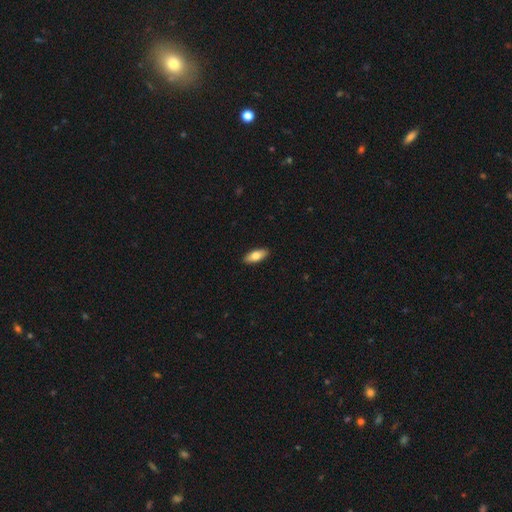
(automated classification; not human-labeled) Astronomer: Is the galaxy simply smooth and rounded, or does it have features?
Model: smooth — 77%.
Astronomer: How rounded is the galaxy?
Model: in between — 82%.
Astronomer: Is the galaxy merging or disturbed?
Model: none — 91%.